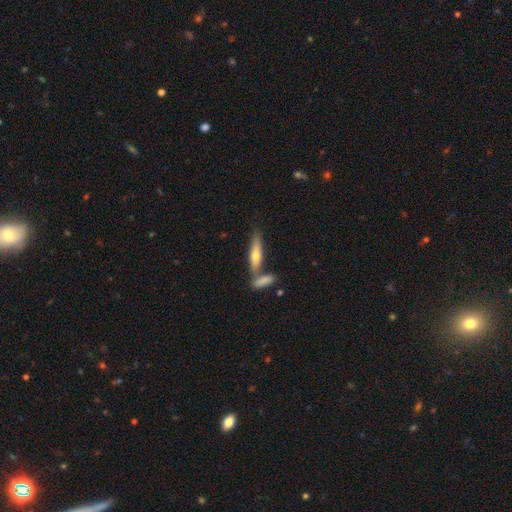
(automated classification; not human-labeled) Morphology: type=smooth (56%); roundness=cigar-shaped (74%); merging=none (59%).